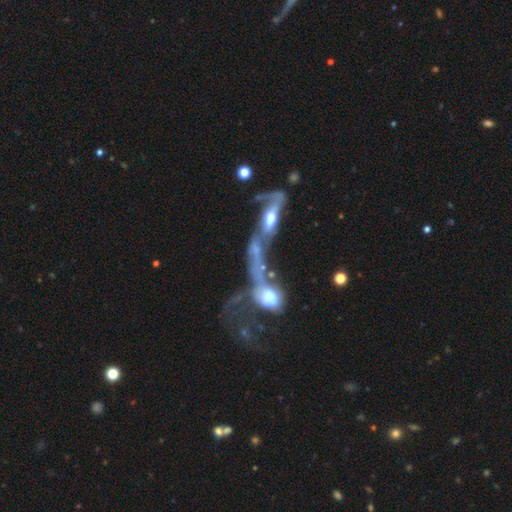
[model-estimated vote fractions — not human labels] Smooth or featured? Predicted: featured or disk (p=0.62). Edge-on disk? Predicted: no (p=0.79). Merging? Predicted: merger (p=0.75).